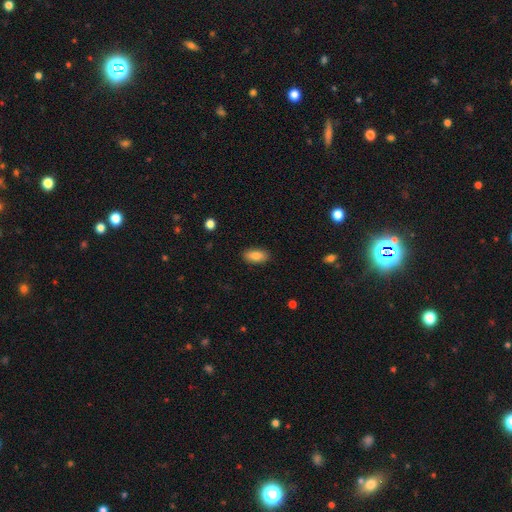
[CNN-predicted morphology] A smooth galaxy with no disk features (83%) that is in between round and cigar-shaped (90%).

Vote fractions:
- Smooth or featured? smooth: 83% / featured or disk: 9% / star or artifact: 7%
- How rounded? in between: 90% / cigar-shaped: 6% / round: 4%
- Merging? none: 88% / minor disturbance: 9% / major disturbance: 2% / merger: 1%